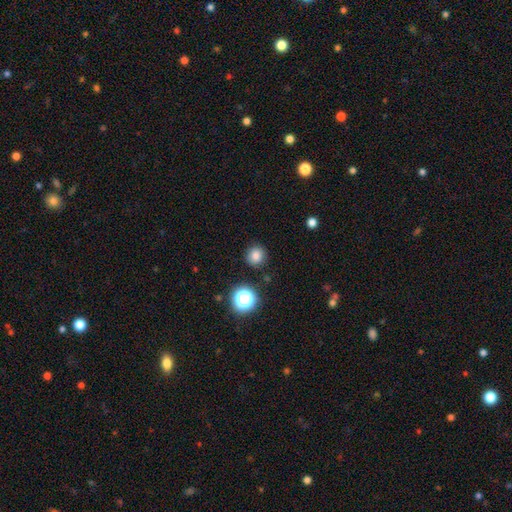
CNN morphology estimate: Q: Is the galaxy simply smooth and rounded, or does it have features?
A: smooth — 80%.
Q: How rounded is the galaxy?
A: round — 93%.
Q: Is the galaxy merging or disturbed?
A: none — 89%.